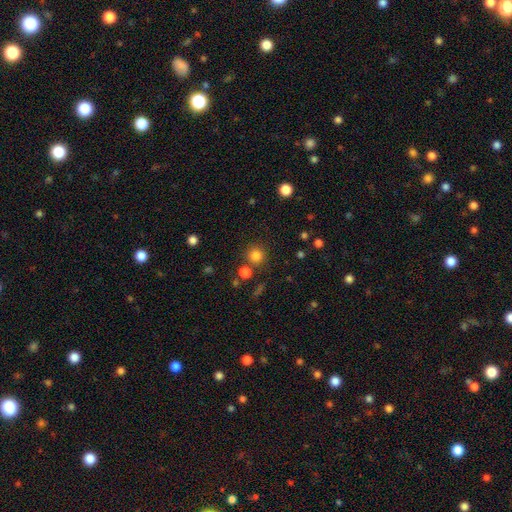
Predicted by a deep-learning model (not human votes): Overall: smooth (81%). How rounded: round (94%). Merging: none (81%).